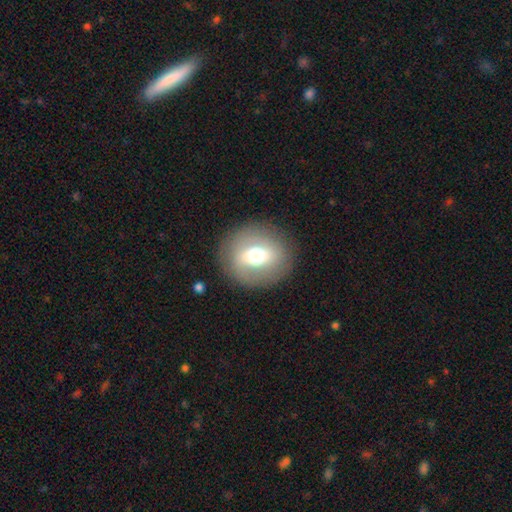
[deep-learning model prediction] Smooth or featured? smooth (50%)
Merging? none (86%)